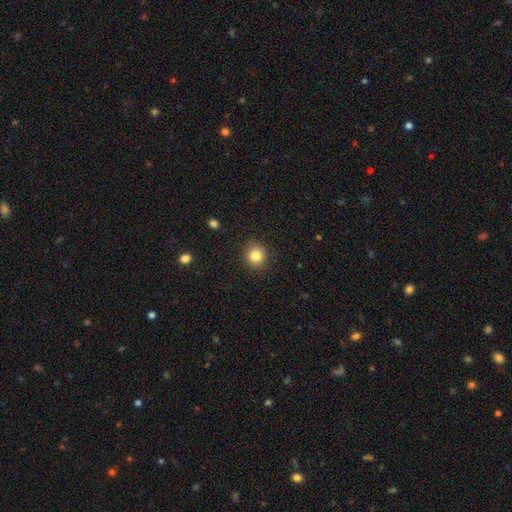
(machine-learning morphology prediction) This appears to be a smooth galaxy with no disk features (83%) that is round (86%). Merging: none (90%).